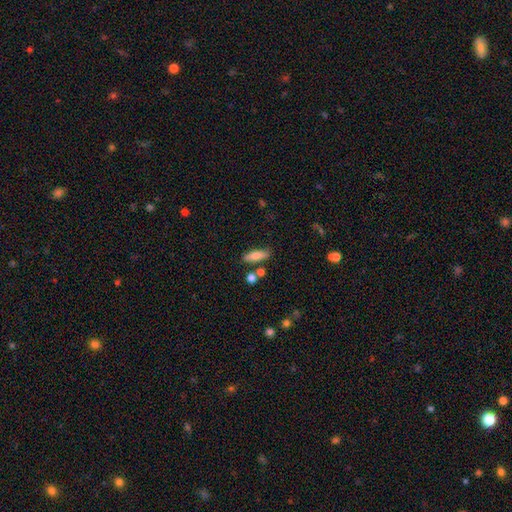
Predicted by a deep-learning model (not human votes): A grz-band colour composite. It shows a smooth galaxy with no disk features (76%) that is in between round and cigar-shaped (50%). Merging: none (76%).